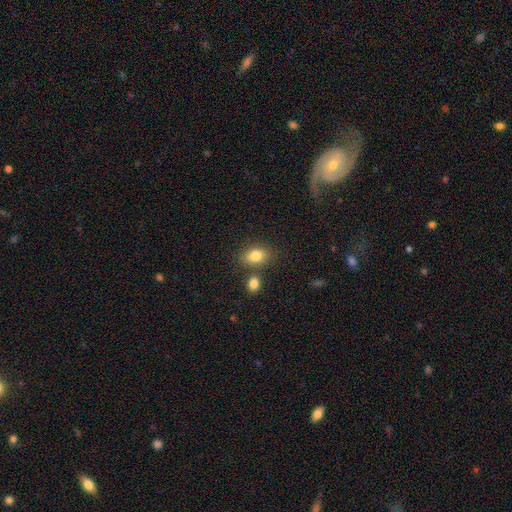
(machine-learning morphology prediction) Overall: smooth (82%). How rounded: in between (77%). Merging: none (71%).